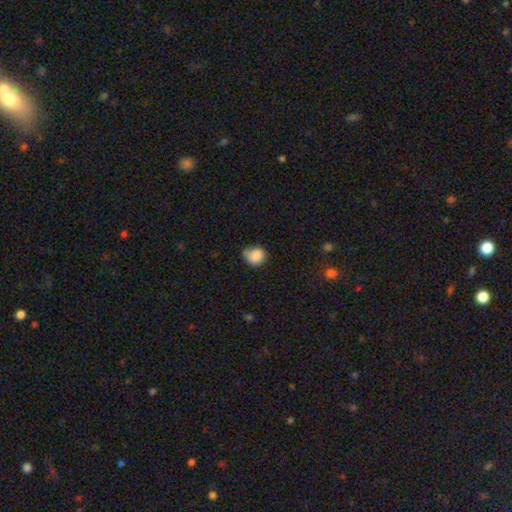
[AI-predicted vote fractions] This appears to be a smooth galaxy with no disk features (85%) that is round (75%). Merging: none (54%).